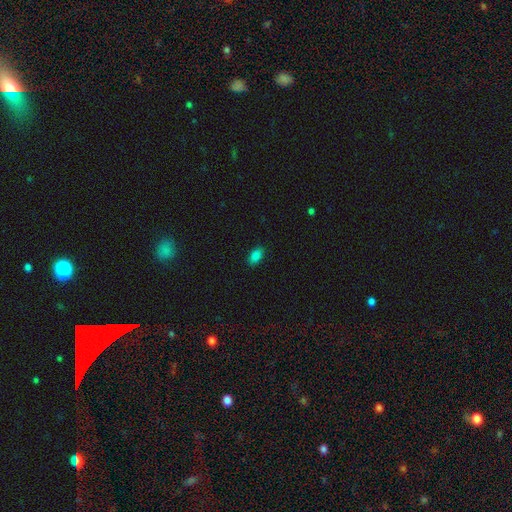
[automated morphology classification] smooth-or-featured: smooth: 84% | star or artifact: 11% | featured or disk: 5%
  how-rounded: in between: 91% | round: 6% | cigar-shaped: 3%
  merging: none: 87% | minor disturbance: 9% | major disturbance: 2% | merger: 1%